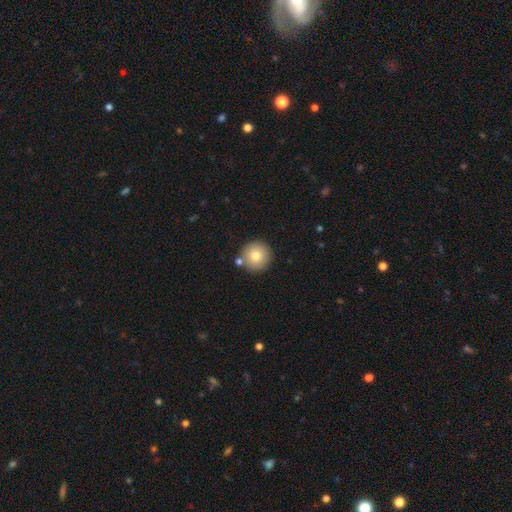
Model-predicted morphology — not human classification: This is likely a smooth galaxy (80%). How rounded: clearly round (96%). Merging: clearly none (81%).